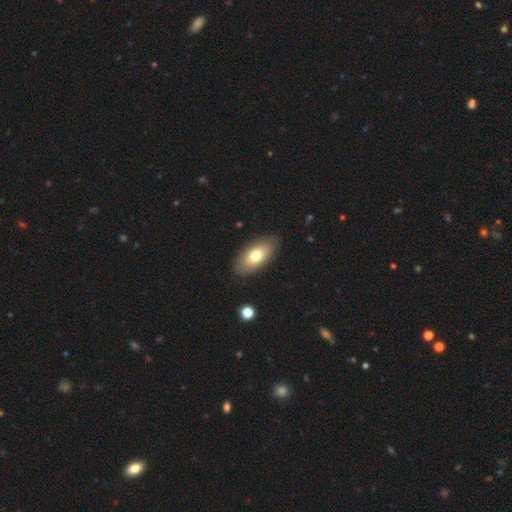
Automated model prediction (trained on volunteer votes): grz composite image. It shows a smooth galaxy with no disk features (72%) that is in between round and cigar-shaped (90%). Merging: none (87%).